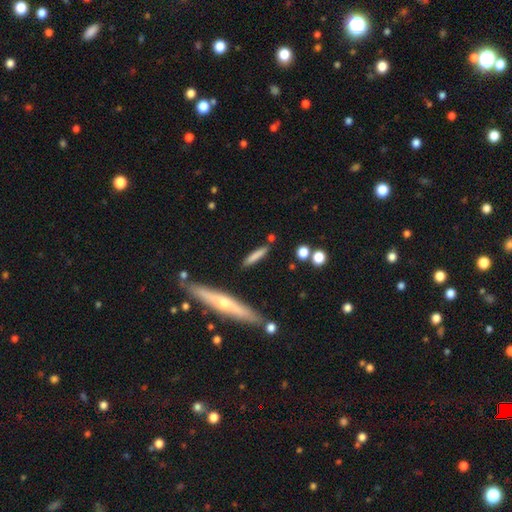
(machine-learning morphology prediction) A smooth galaxy with no disk features (74%) that is cigar-shaped (84%).

Vote fractions:
- Smooth or featured? smooth: 74% / featured or disk: 20% / star or artifact: 7%
- How rounded? cigar-shaped: 84% / in between: 14% / round: 2%
- Merging? none: 82% / minor disturbance: 10% / merger: 5% / major disturbance: 3%